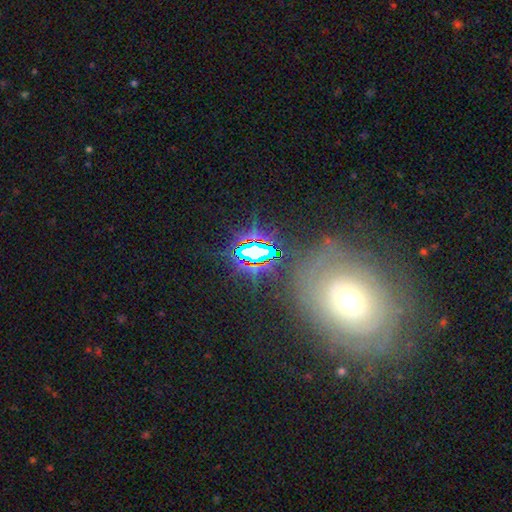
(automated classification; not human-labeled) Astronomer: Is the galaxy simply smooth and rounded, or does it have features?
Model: star or artifact — 77%.